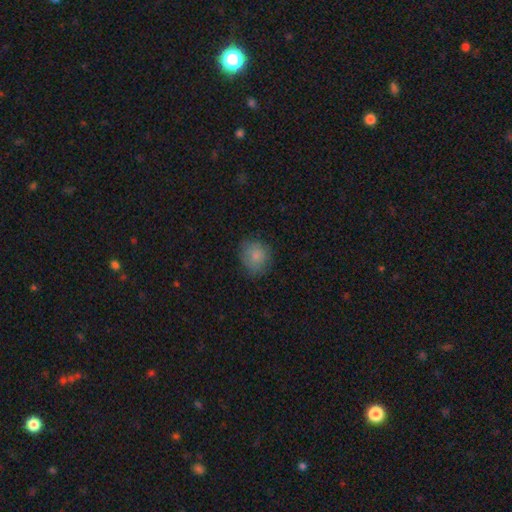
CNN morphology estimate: Q: Smooth or featured?
A: smooth (83%); runner-up: star or artifact (9%)
Q: How rounded?
A: round (71%); runner-up: in between (28%)
Q: Merging?
A: none (72%); runner-up: minor disturbance (21%)